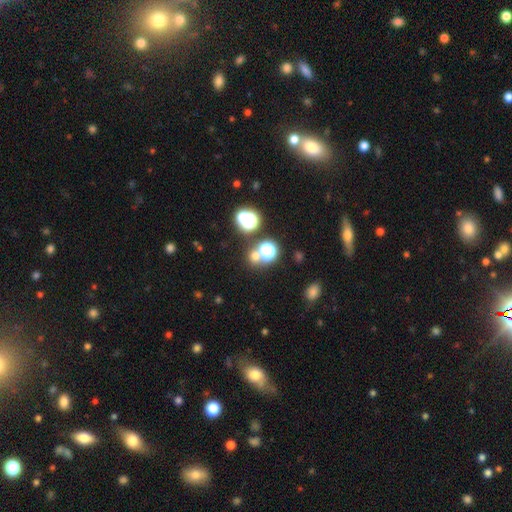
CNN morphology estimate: smooth 56%, star or artifact 37%, featured or disk 8%. Down the decision tree: how rounded — round (84%); merging — none (66%).